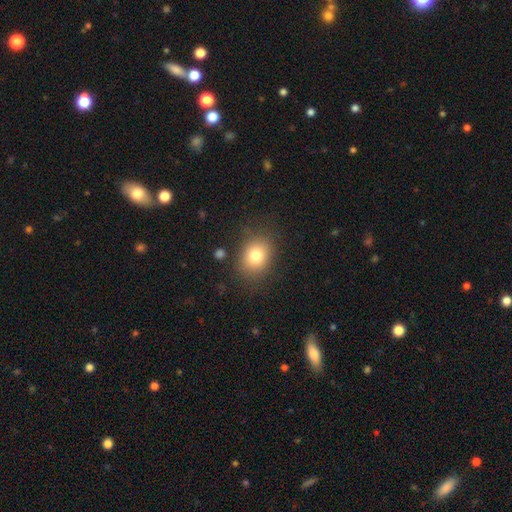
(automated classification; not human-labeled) Q: Smooth or featured?
A: smooth (78%); runner-up: star or artifact (11%)
Q: How rounded?
A: in between (51%); runner-up: round (48%)
Q: Merging?
A: none (81%); runner-up: minor disturbance (12%)